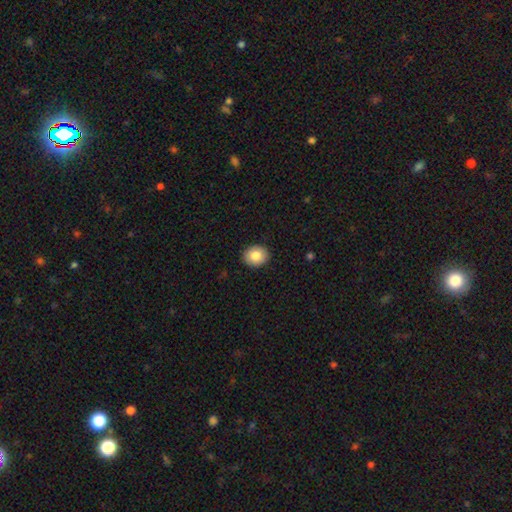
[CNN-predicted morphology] Smooth or featured: smooth — 83% (featured or disk — 8%)
How rounded: round — 66% (in between — 33%)
Merging: none — 92% (minor disturbance — 6%)